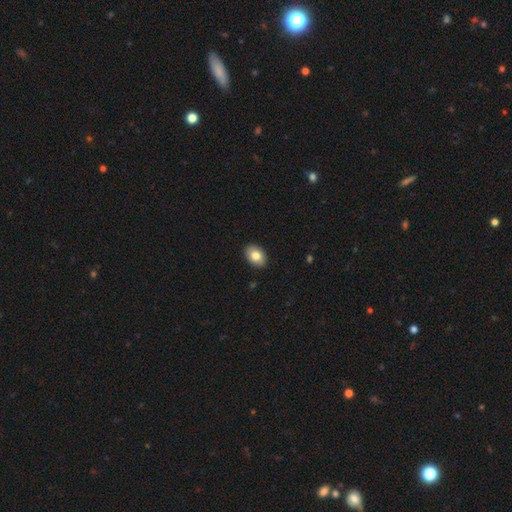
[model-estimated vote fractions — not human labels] Overall: smooth (81%). How rounded: in between (81%). Merging: none (90%).